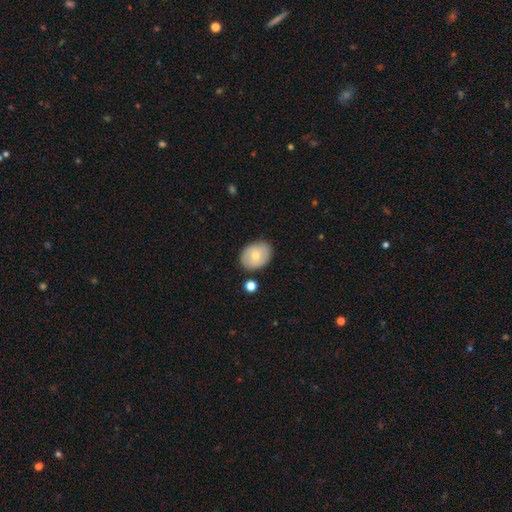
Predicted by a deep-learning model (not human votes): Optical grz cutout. It shows a smooth galaxy with no disk features (70%) that is in between round and cigar-shaped (67%). Merging: none (83%).